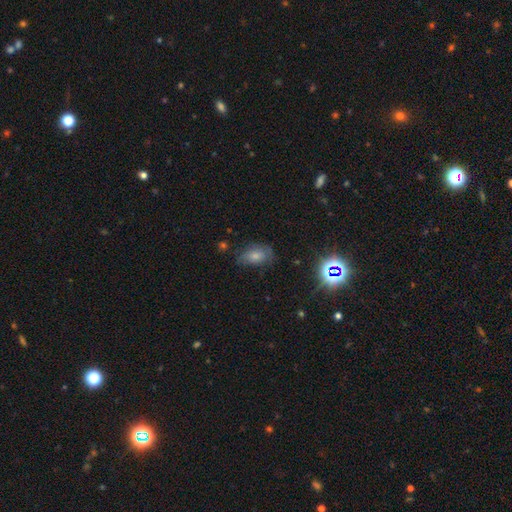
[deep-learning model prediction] A smooth galaxy with no disk features (67%) that is in between round and cigar-shaped (88%). Merging: none (60%).